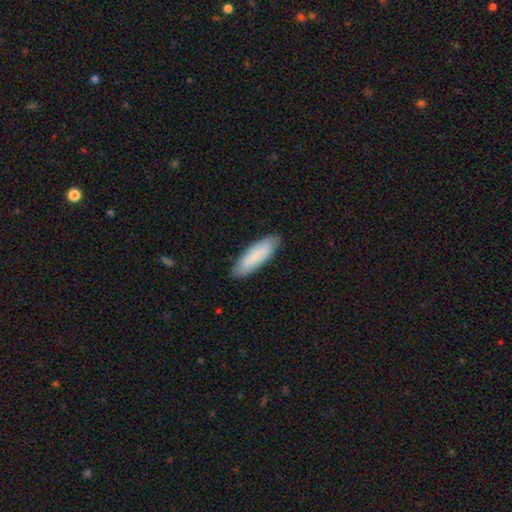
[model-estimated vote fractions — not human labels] A smooth galaxy with no disk features (80%) that is in between round and cigar-shaped (49%, tied with cigar-shaped).

Vote fractions:
- Smooth or featured? smooth: 80% / featured or disk: 15% / star or artifact: 5%
- How rounded? in between: 49% (tied) / cigar-shaped: 49% (tied) / round: 1%
- Merging? none: 86% / minor disturbance: 11% / major disturbance: 2% / merger: 1%